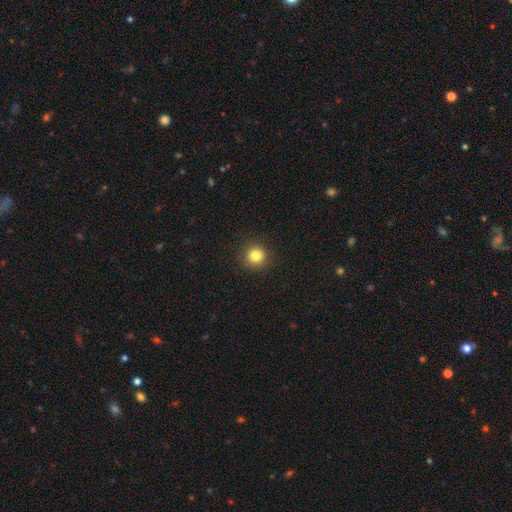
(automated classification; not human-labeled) This appears to be a smooth galaxy with no disk features (83%) that is round (94%). Merging: none (91%).